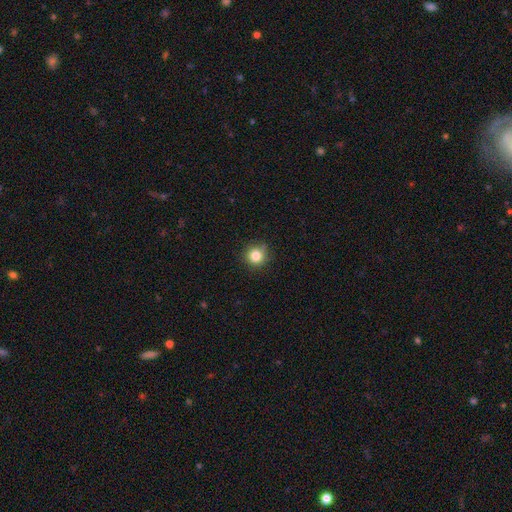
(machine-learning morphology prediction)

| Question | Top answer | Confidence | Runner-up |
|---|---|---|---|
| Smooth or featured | smooth | 83% | star or artifact (12%) |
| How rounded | round | 93% | in between (6%) |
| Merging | none | 83% | minor disturbance (13%) |